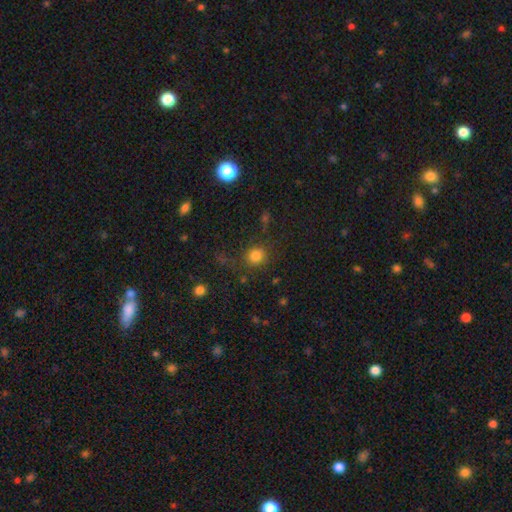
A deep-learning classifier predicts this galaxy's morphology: smooth 80%, star or artifact 14%, featured or disk 6%. Down the decision tree: how rounded — round (87%); merging — none (79%).